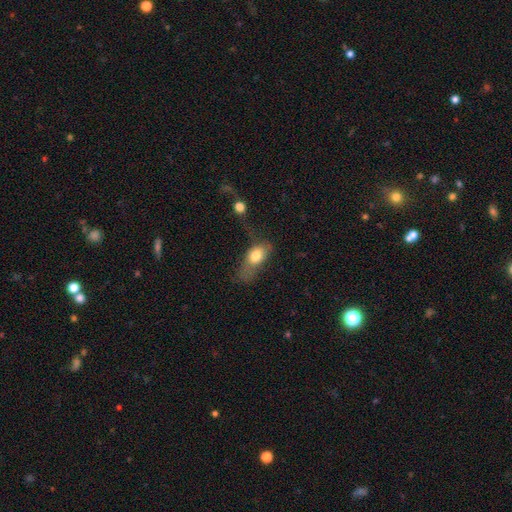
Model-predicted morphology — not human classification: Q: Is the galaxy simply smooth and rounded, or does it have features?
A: smooth — 75%.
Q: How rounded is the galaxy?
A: in between — 82%.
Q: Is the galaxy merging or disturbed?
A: major disturbance — 41%.